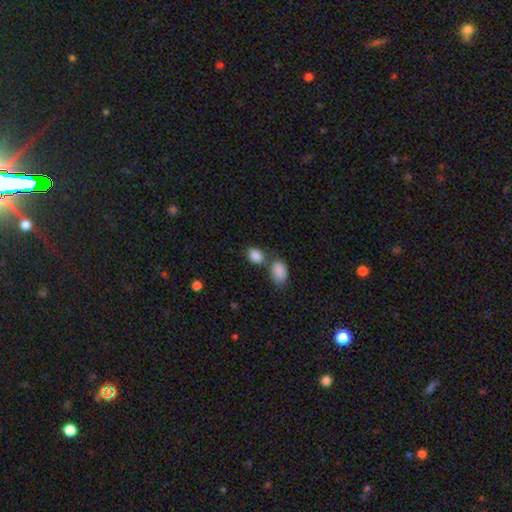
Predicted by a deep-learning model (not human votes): Smooth or featured? smooth (87%)
How rounded? in between (74%)
Merging? none (43%)